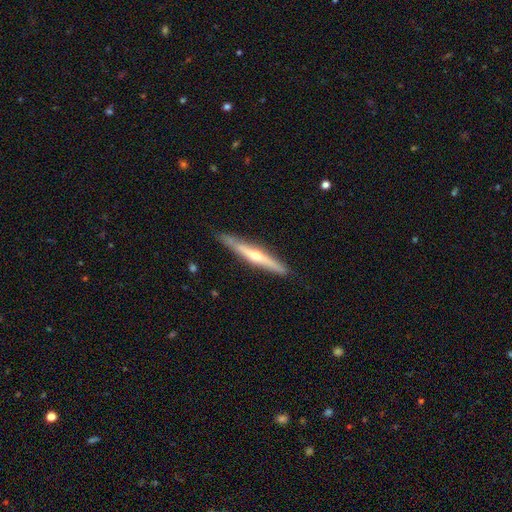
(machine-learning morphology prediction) This appears to be a featured or disk galaxy (68%) viewed edge-on (95%) with a rounded central bulge (84%). Merging: none (86%).